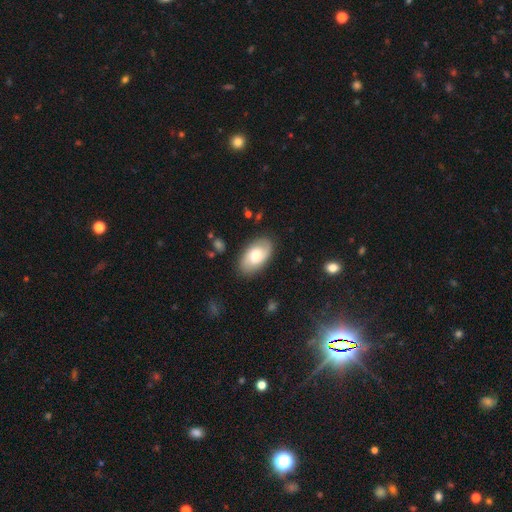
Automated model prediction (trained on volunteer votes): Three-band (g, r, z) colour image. It shows a smooth galaxy with no disk features (54%) that is in between round and cigar-shaped (94%). Merging: none (82%).